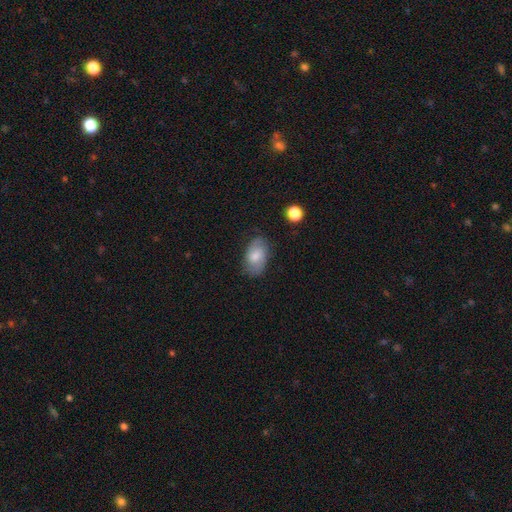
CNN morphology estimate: A smooth galaxy with no disk features (66%) that is in between round and cigar-shaped (91%).

Vote fractions:
- Smooth or featured? smooth: 66% / featured or disk: 27% / star or artifact: 7%
- How rounded? in between: 91% / round: 7% / cigar-shaped: 2%
- Merging? none: 74% / minor disturbance: 20% / major disturbance: 5% / merger: 1%